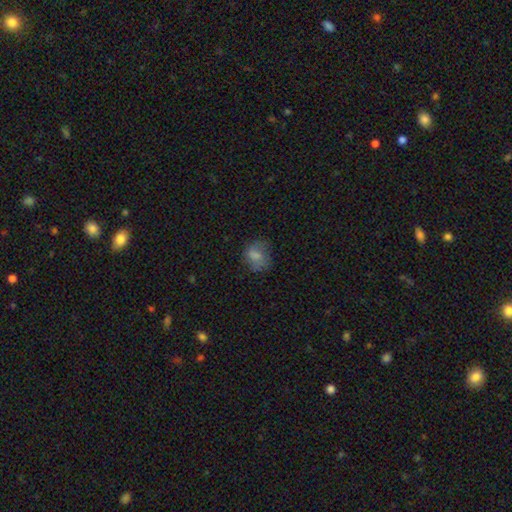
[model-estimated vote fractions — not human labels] A smooth galaxy with no disk features (70%) that is round (59%). Merging: none (57%).